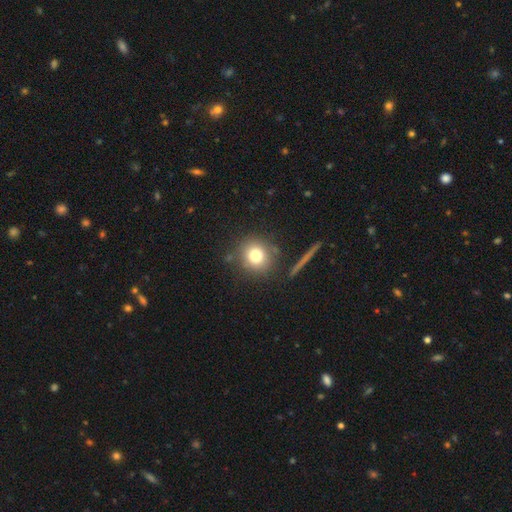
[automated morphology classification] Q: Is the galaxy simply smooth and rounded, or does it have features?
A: smooth — 76%.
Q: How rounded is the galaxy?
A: round — 89%.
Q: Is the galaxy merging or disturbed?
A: none — 81%.